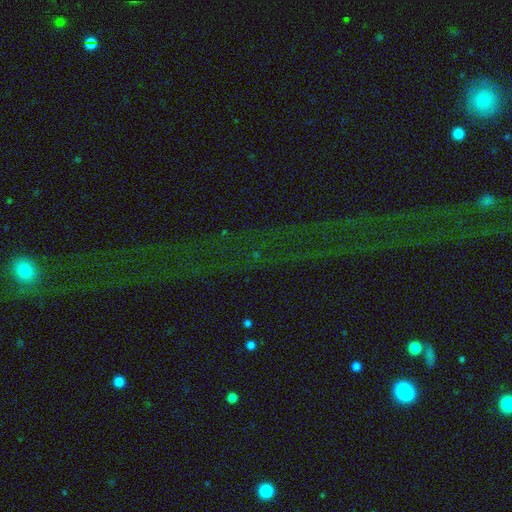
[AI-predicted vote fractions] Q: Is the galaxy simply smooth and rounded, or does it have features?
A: star or artifact — 76%.